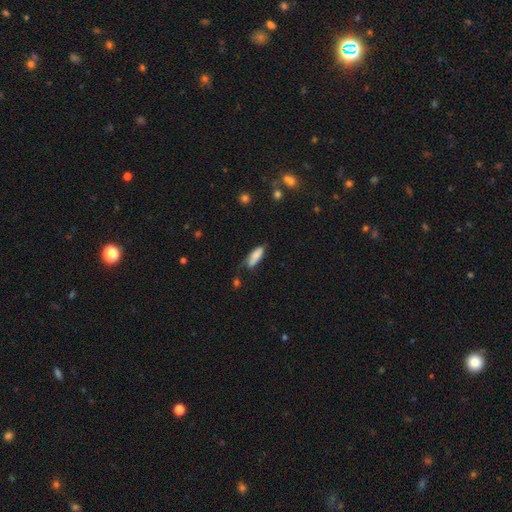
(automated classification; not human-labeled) smooth-or-featured: smooth: 81% | featured or disk: 13% | star or artifact: 7%
  how-rounded: in between: 62% | cigar-shaped: 36% | round: 2%
  merging: none: 51% | minor disturbance: 34% | major disturbance: 10% | merger: 4%